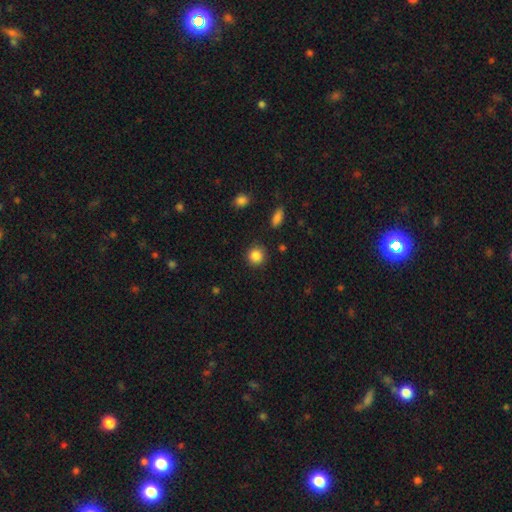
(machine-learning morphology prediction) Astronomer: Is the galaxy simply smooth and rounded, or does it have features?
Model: smooth — 86%.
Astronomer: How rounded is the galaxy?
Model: round — 91%.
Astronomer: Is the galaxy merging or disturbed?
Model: none — 89%.